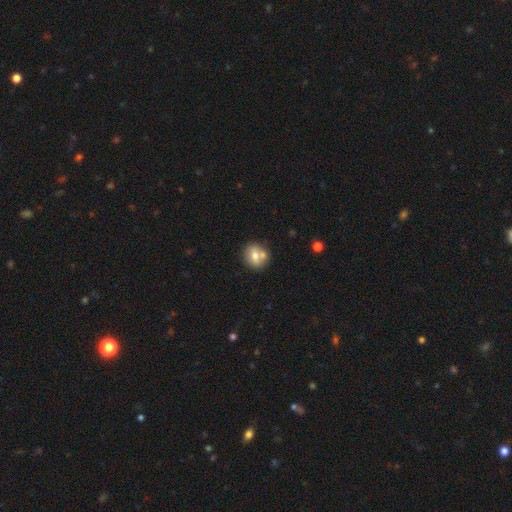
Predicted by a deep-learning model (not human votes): Smooth or featured: smooth — 68% (featured or disk — 23%)
How rounded: round — 74% (in between — 25%)
Merging: none — 61% (merger — 24%)